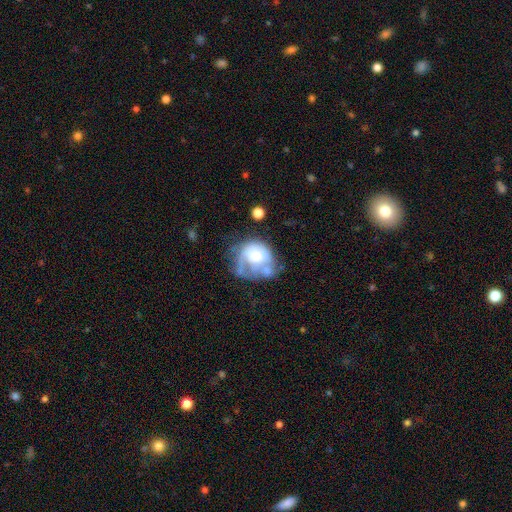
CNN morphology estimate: This is possibly a featured or disk galaxy (57%). It is clearly not viewed edge-on (97%). Bar: clearly no (81%). Spiral arm pattern: possibly no (50%, tied with yes). Central bulge: possibly moderate (58%). Merging: marginally major disturbance (31%).